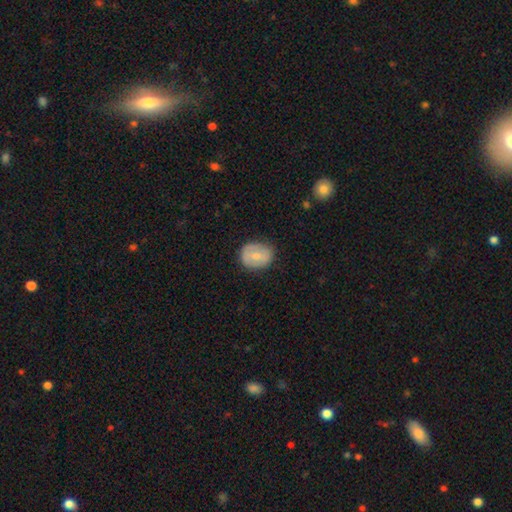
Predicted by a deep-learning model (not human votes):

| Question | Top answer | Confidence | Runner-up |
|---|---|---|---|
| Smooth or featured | smooth | 63% | featured or disk (30%) |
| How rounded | round | 55% | in between (44%) |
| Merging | none | 76% | minor disturbance (18%) |